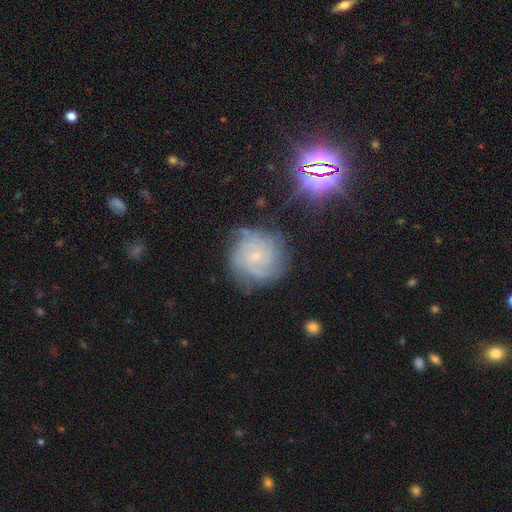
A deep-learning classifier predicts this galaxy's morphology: Q: Smooth or featured?
A: featured or disk (74%); runner-up: smooth (15%)
Q: Edge-on disk?
A: no (97%); runner-up: yes (3%)
Q: Bar?
A: no (77%); runner-up: weak (20%)
Q: Spiral arms?
A: yes (94%); runner-up: no (6%)
Q: Spiral winding?
A: tight (64%); runner-up: medium (29%)
Q: Spiral arm count?
A: can't tell (33%); runner-up: 3 (25%)
Q: Bulge size?
A: small (82%); runner-up: moderate (12%)
Q: Merging?
A: none (71%); runner-up: minor disturbance (19%)